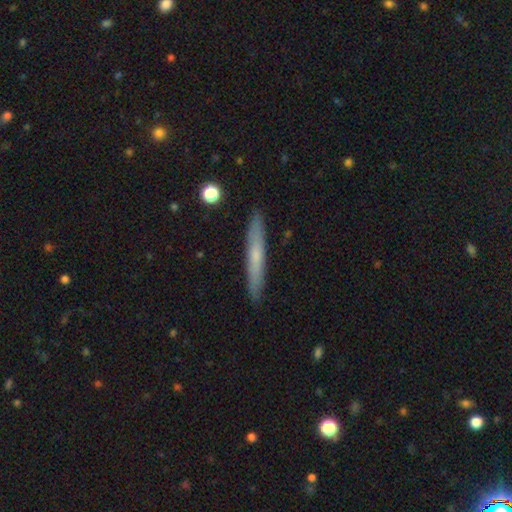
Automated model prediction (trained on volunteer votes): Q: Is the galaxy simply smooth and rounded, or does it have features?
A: smooth — 53%.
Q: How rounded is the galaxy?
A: cigar-shaped — 95%.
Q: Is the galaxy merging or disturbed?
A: none — 91%.